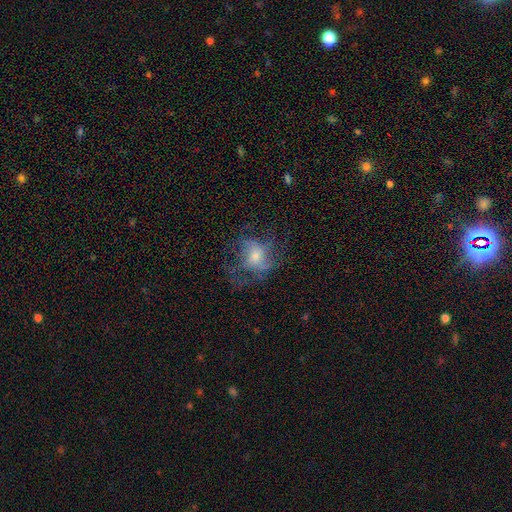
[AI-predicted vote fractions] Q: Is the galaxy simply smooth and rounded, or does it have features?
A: featured or disk — 48%.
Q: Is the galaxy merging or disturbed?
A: none — 44%.